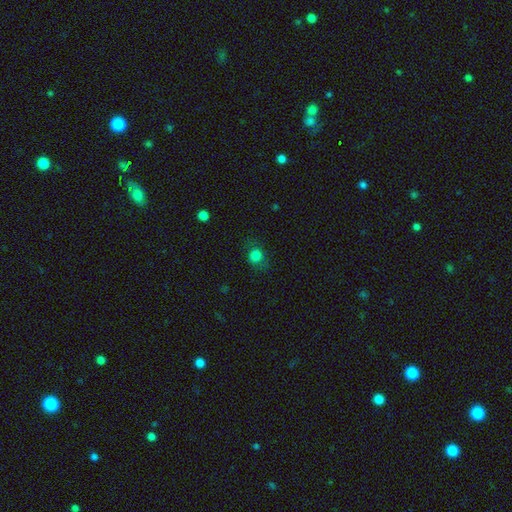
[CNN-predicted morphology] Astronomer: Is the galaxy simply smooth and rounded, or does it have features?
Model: smooth — 80%.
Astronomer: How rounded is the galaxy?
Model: round — 75%.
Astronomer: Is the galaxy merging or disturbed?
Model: none — 70%.